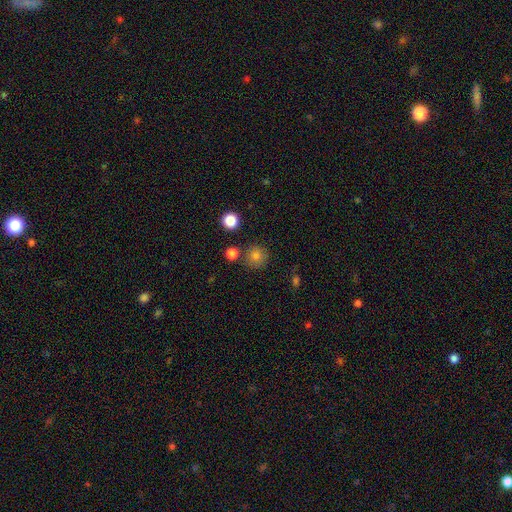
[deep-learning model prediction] This appears to be a smooth galaxy with no disk features (81%) that is round (93%). Merging: none (80%).